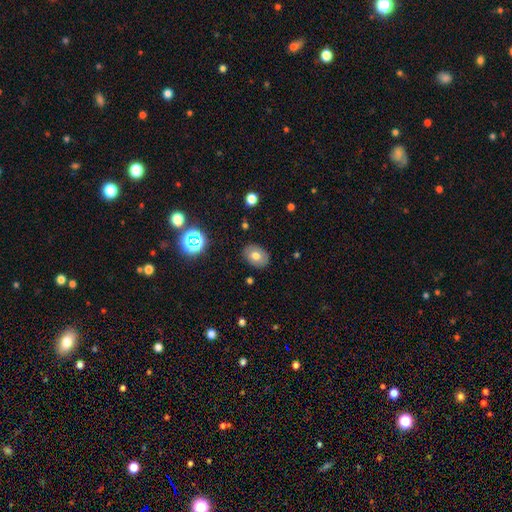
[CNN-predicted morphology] A smooth galaxy with no disk features (70%) that is in between round and cigar-shaped (70%).

Vote fractions:
- Smooth or featured? smooth: 70% / featured or disk: 18% / star or artifact: 12%
- How rounded? in between: 70% / round: 29% / cigar-shaped: 1%
- Merging? none: 86% / minor disturbance: 10% / major disturbance: 3% / merger: 1%